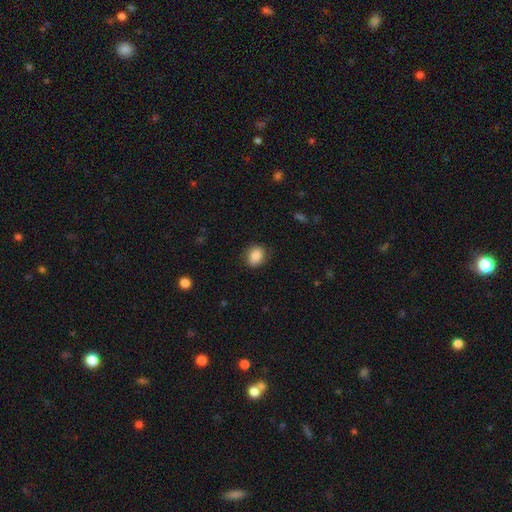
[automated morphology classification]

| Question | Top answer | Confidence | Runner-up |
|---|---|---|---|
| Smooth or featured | smooth | 84% | star or artifact (8%) |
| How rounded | in between | 55% | round (44%) |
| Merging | none | 79% | minor disturbance (16%) |